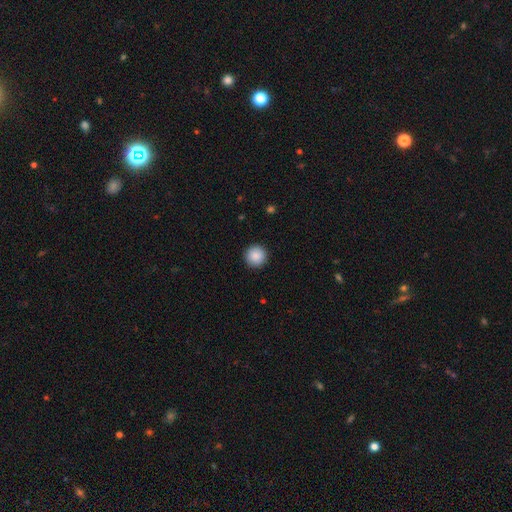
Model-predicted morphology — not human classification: The model was most divided on "smooth or featured": smooth: 89%, star or artifact: 8%, featured or disk: 3%. More confident: how rounded — round (96%); merging — none (93%).